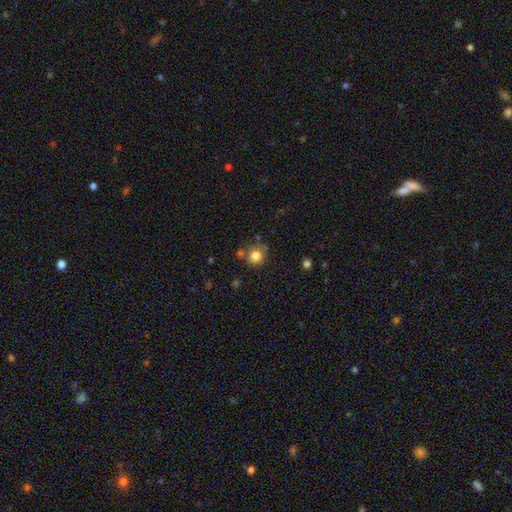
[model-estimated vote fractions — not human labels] A smooth galaxy with no disk features (81%) that is round (90%). Merging: none (72%).